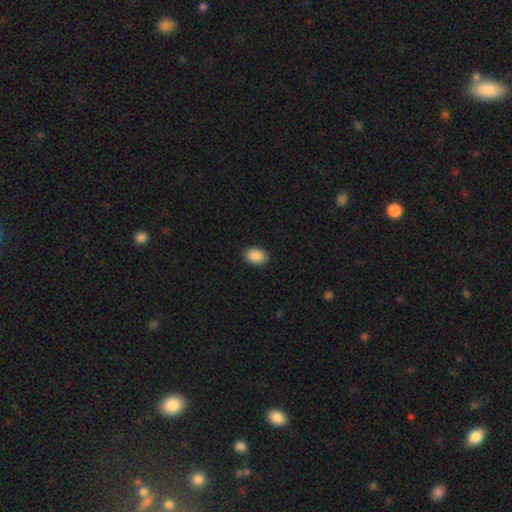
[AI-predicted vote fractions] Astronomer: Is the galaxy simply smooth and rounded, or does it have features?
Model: smooth — 90%.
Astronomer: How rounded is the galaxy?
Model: in between — 76%.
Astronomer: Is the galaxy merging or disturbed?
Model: none — 90%.